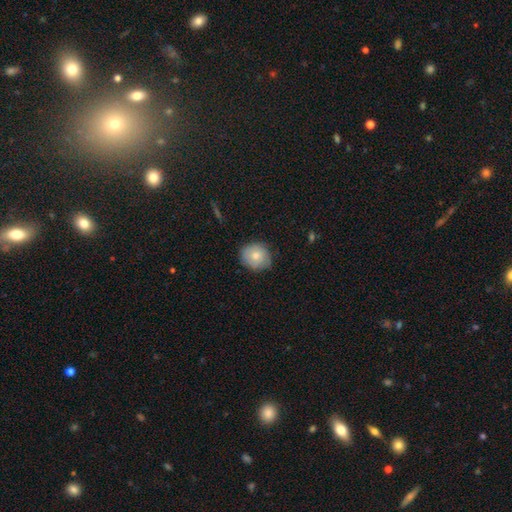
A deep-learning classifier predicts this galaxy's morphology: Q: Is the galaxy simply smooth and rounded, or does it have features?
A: smooth — 74%.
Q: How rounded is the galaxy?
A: round — 79%.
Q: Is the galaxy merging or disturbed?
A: none — 77%.